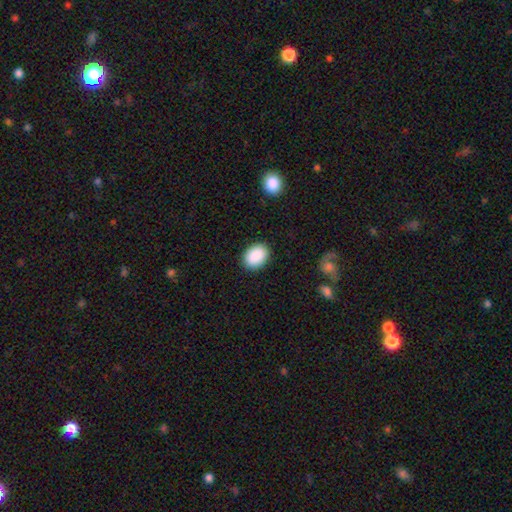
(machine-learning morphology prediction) A smooth galaxy with no disk features (90%) that is in between round and cigar-shaped (74%). Merging: none (89%).